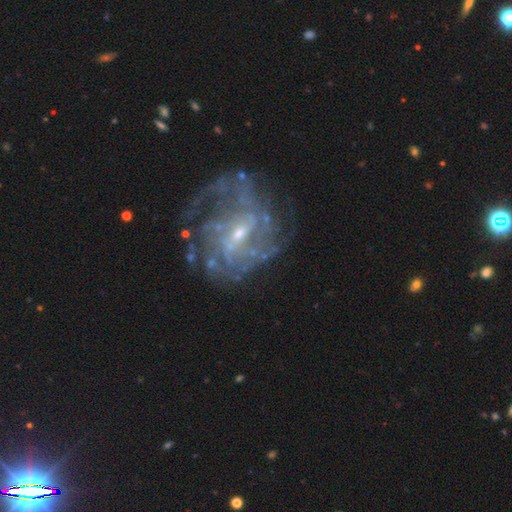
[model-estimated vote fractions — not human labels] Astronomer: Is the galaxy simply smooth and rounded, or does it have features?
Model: featured or disk — 76%.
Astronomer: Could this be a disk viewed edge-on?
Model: no — 96%.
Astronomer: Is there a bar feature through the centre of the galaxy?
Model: weak — 50% (runner-up: no, 26%).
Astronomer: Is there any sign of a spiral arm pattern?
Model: yes — 86%.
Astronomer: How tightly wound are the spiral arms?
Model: tight — 44% (runner-up: medium, 37%).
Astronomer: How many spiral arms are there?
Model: can't tell — 43%.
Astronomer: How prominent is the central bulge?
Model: small — 72%.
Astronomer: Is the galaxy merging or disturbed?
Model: none — 64%.